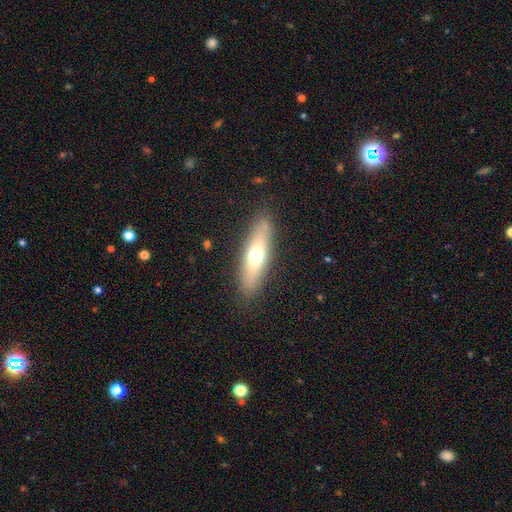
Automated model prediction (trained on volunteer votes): smooth_or_featured: smooth (p=0.58) [alt: featured or disk p=0.35]
how_rounded: cigar-shaped (p=0.64) [alt: in between p=0.34]
merging: none (p=0.86) [alt: minor disturbance p=0.10]